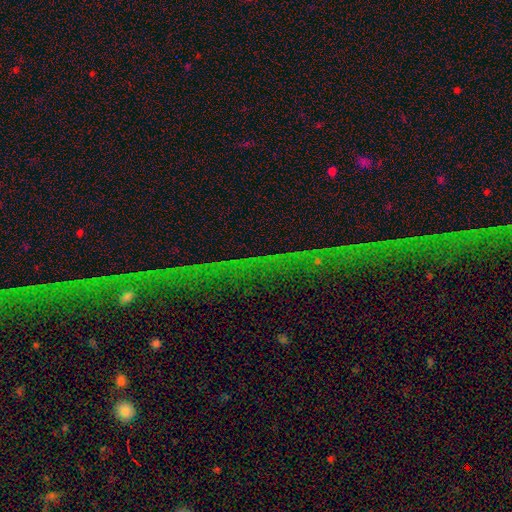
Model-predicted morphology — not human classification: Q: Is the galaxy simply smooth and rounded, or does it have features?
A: star or artifact — 81%.